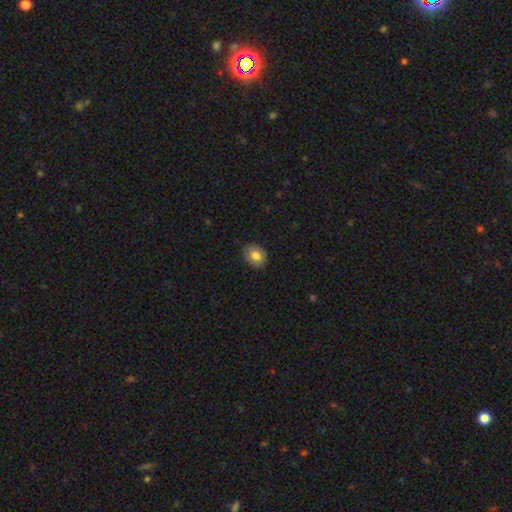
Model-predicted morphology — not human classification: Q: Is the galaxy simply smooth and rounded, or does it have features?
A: smooth — 82%.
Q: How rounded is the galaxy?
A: round — 51%.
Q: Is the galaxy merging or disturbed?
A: none — 83%.